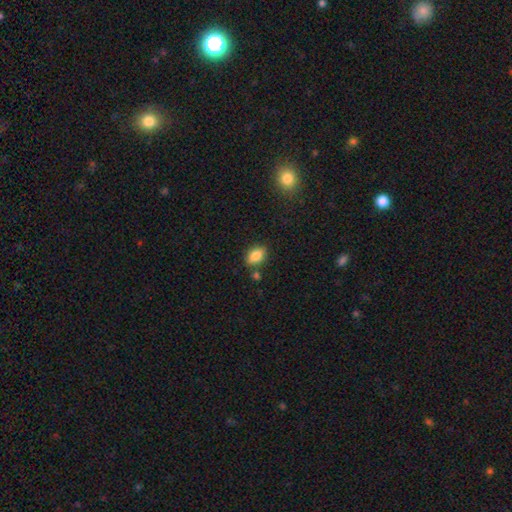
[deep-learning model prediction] smooth-or-featured: smooth: 84% | star or artifact: 9% | featured or disk: 7%
  how-rounded: in between: 86% | round: 11% | cigar-shaped: 3%
  merging: none: 77% | minor disturbance: 13% | merger: 7% | major disturbance: 3%